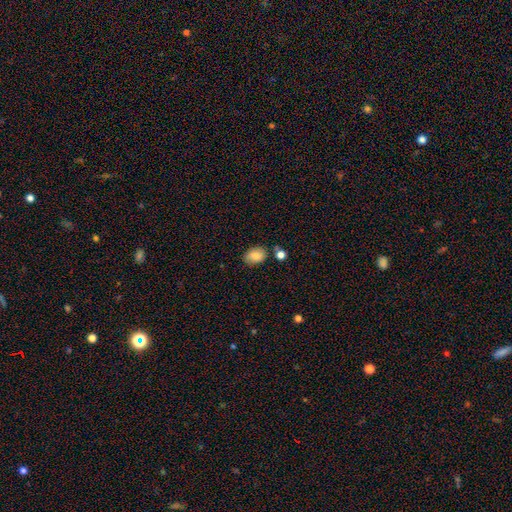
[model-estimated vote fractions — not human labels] This appears to be a smooth galaxy with no disk features (84%) that is in between round and cigar-shaped (80%). Merging: none (76%).